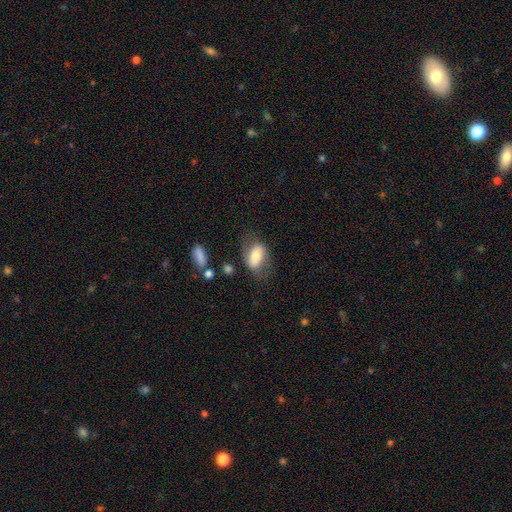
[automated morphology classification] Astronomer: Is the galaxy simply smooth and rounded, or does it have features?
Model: smooth — 62%.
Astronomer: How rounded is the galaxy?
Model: in between — 86%.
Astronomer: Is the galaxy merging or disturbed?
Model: none — 60%.